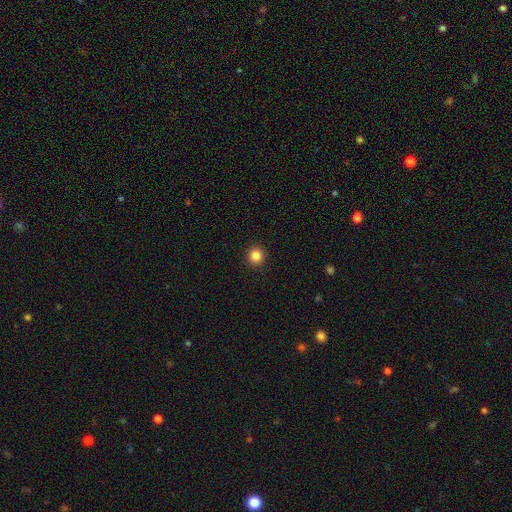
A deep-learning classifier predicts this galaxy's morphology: smooth 85%, star or artifact 11%, featured or disk 4%. Down the decision tree: how rounded — round (94%); merging — none (93%).